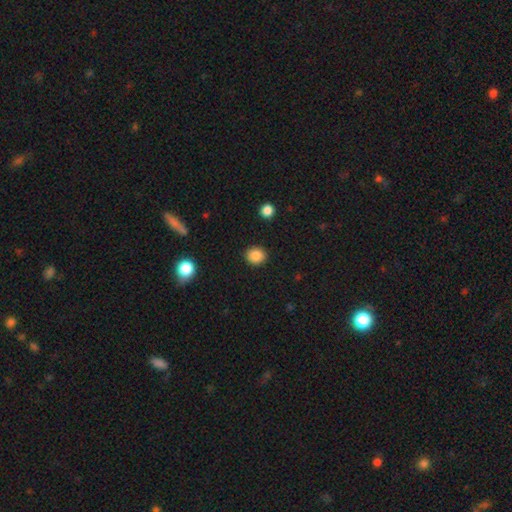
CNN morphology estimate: Overall: smooth (87%). How rounded: round (76%). Merging: none (90%).